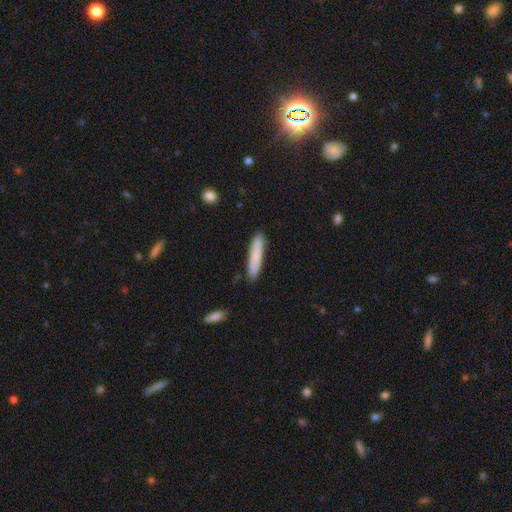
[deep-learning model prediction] This is likely a smooth galaxy (78%). How rounded: clearly cigar-shaped (92%). Merging: clearly none (88%).